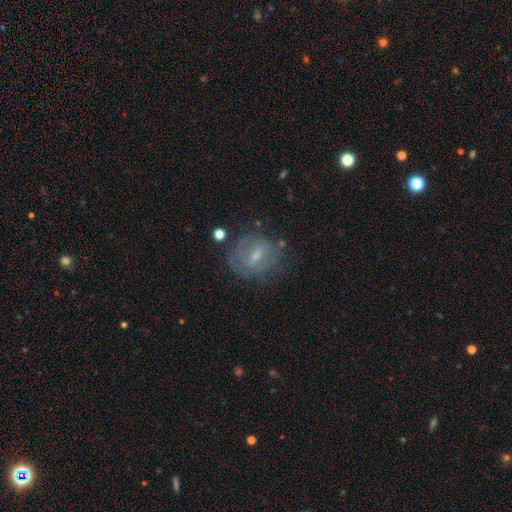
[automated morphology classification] The model was most divided on "spiral arms": yes: 57%, no: 43%. More confident: edge-on disk — no (94%); merging — none (64%); smooth or featured — featured or disk (58%); bulge size — small (58%); bar — weak (53%).